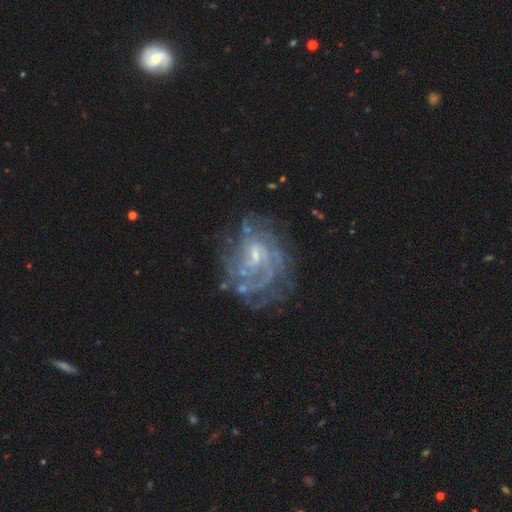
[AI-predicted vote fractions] The model was most divided on "bar": weak: 52%, no: 37%, strong: 11%. Remaining: edge-on disk — no (98%); spiral arms — yes (90%); smooth or featured — featured or disk (85%); bulge size — small (62%); merging — none (61%); spiral winding — tight (57%); spiral arm count — can't tell (43%).